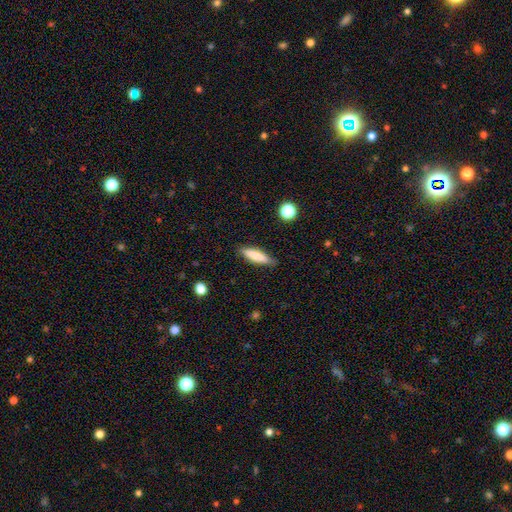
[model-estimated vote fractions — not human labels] Q: Smooth or featured?
A: smooth (79%); runner-up: featured or disk (14%)
Q: How rounded?
A: cigar-shaped (69%); runner-up: in between (29%)
Q: Merging?
A: none (83%); runner-up: minor disturbance (13%)